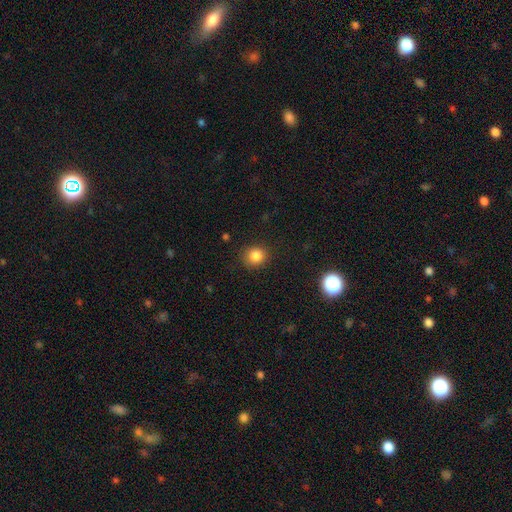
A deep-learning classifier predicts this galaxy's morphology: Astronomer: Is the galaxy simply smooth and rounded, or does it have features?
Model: smooth — 84%.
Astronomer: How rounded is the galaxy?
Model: round — 85%.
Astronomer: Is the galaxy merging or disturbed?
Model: none — 87%.